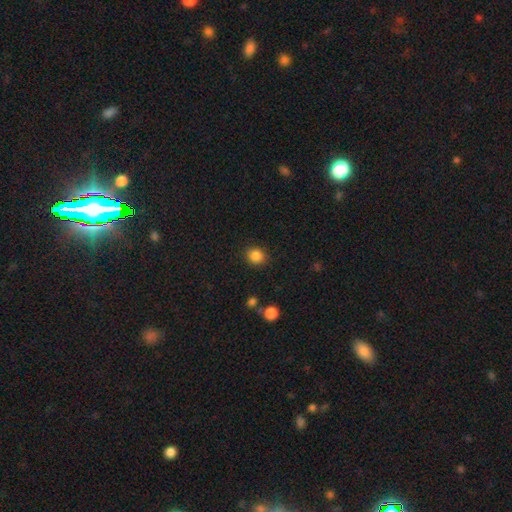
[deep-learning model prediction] Smooth or featured: smooth — 86% (star or artifact — 11%)
How rounded: round — 80% (in between — 20%)
Merging: none — 88% (minor disturbance — 8%)